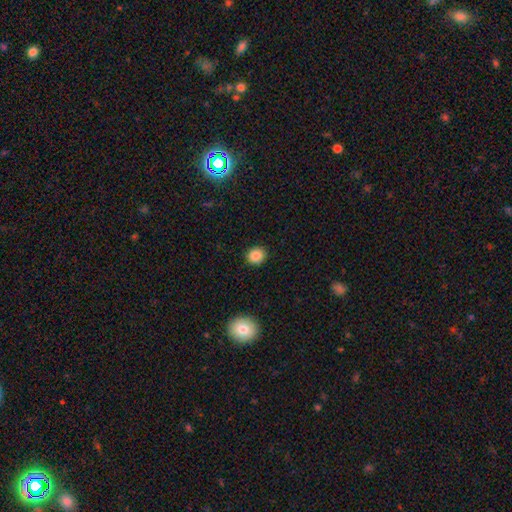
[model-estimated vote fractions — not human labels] Smooth or featured: smooth — 86% (star or artifact — 10%)
How rounded: round — 80% (in between — 19%)
Merging: none — 91% (minor disturbance — 6%)